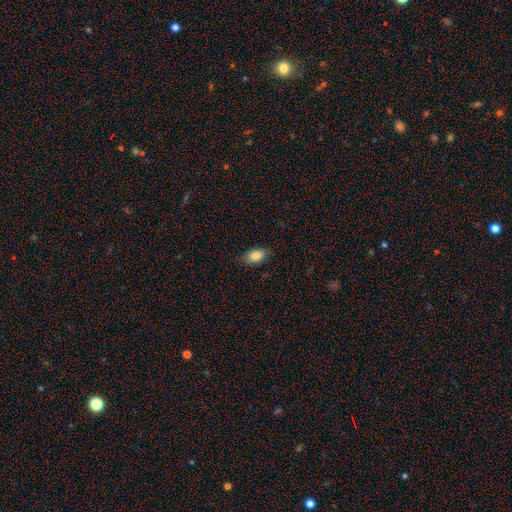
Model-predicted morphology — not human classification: smooth 84%, featured or disk 8%, star or artifact 8%. Down the decision tree: how rounded — in between (90%); merging — none (83%).